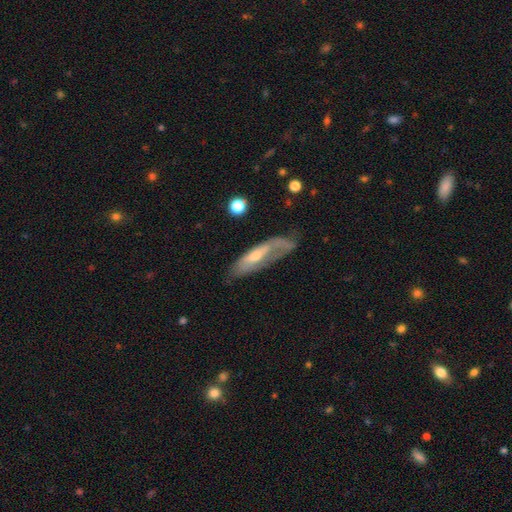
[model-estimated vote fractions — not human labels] The model was most divided on "merging": none: 39%, major disturbance: 29%, minor disturbance: 28%, merger: 4%. More confident: edge-on disk — no (68%); smooth or featured — featured or disk (54%).